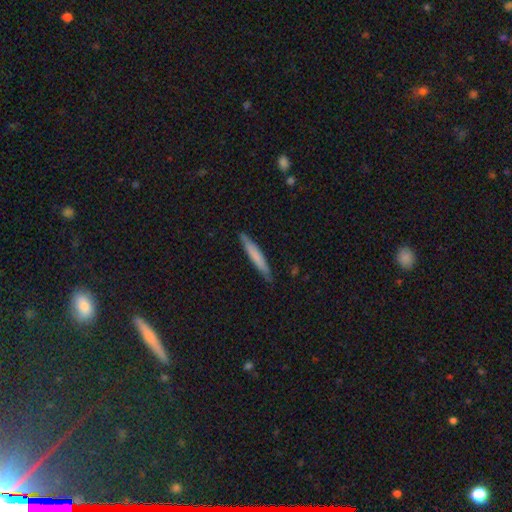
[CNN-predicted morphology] Q: Smooth or featured?
A: smooth (67%); runner-up: featured or disk (27%)
Q: How rounded?
A: cigar-shaped (94%); runner-up: in between (4%)
Q: Merging?
A: none (85%); runner-up: minor disturbance (12%)